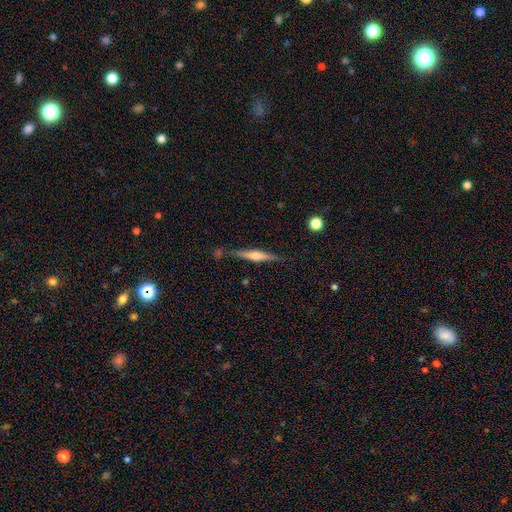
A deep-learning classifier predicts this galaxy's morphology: featured or disk 60%, smooth 33%, star or artifact 6%. Down the decision tree: edge-on disk — yes (96%); edge-on bulge — rounded (74%); merging — none (79%).